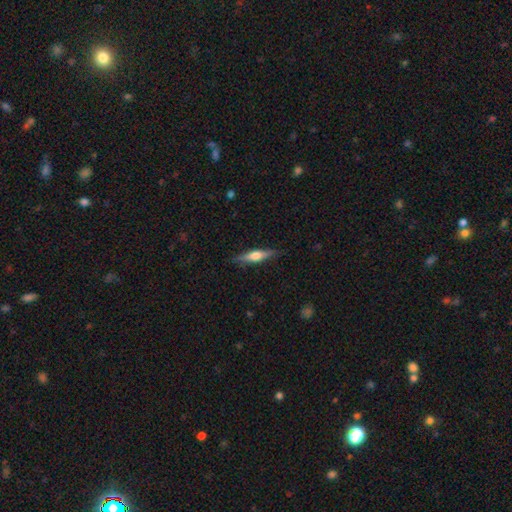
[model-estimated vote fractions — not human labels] smooth_or_featured: featured or disk (p=0.54) [alt: smooth p=0.40]
disk_edge_on: yes (p=0.95) [alt: no p=0.05]
edge_on_bulge: rounded (p=0.88) [alt: boxy p=0.08]
merging: none (p=0.86) [alt: minor disturbance p=0.10]